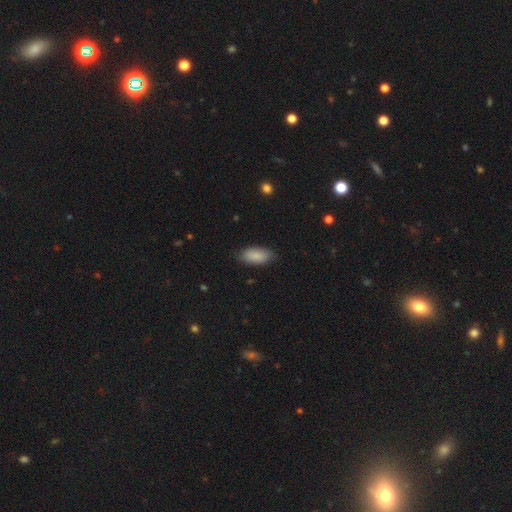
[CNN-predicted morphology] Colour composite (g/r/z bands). It shows a smooth galaxy with no disk features (87%) that is in between round and cigar-shaped (91%). Merging: none (82%).